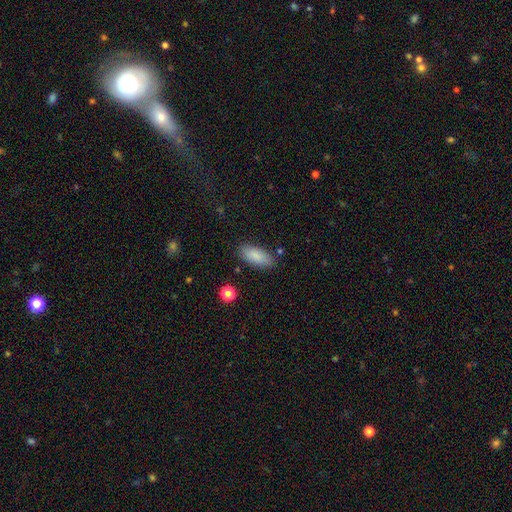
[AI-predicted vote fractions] Smooth or featured: smooth — 87% (star or artifact — 7%)
How rounded: in between — 84% (cigar-shaped — 14%)
Merging: none — 83% (minor disturbance — 12%)